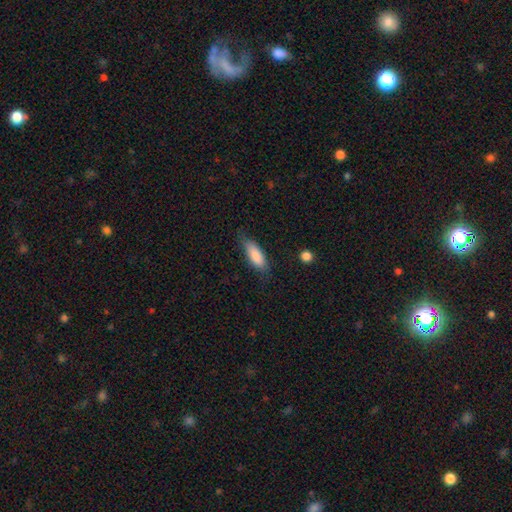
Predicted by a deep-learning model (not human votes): smooth 84%, featured or disk 10%, star or artifact 6%. Down the decision tree: how rounded — in between (67%); merging — none (71%).